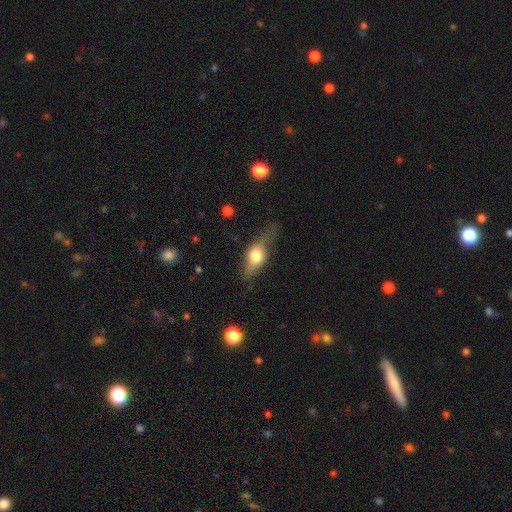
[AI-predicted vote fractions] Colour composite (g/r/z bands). It shows a smooth galaxy with no disk features (50%). Merging: none (56%).